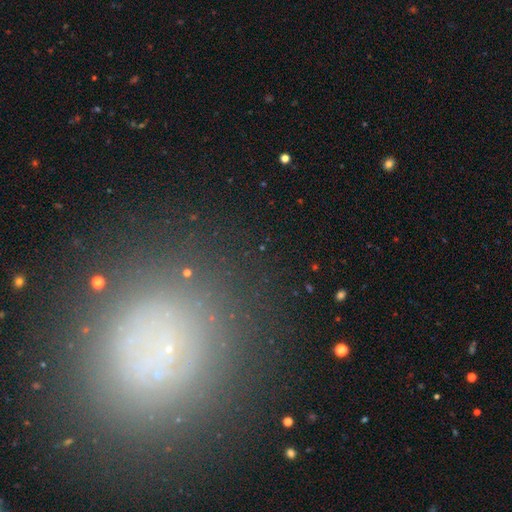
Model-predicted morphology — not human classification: The model was most divided on "smooth or featured": smooth: 46%, star or artifact: 33%, featured or disk: 20%. More confident: merging — none (81%).